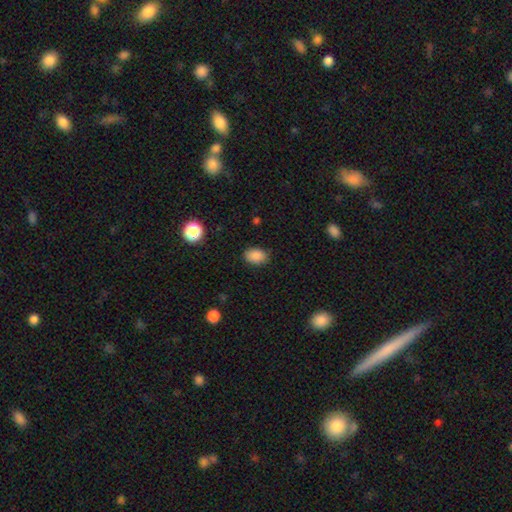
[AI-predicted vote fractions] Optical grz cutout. It shows a smooth galaxy with no disk features (87%) that is in between round and cigar-shaped (79%). Merging: none (84%).